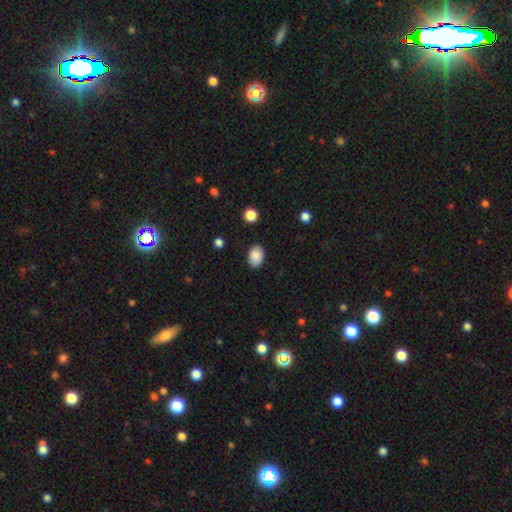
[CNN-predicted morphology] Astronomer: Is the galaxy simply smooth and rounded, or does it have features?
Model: smooth — 88%.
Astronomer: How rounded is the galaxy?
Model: in between — 81%.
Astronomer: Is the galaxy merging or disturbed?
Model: none — 84%.